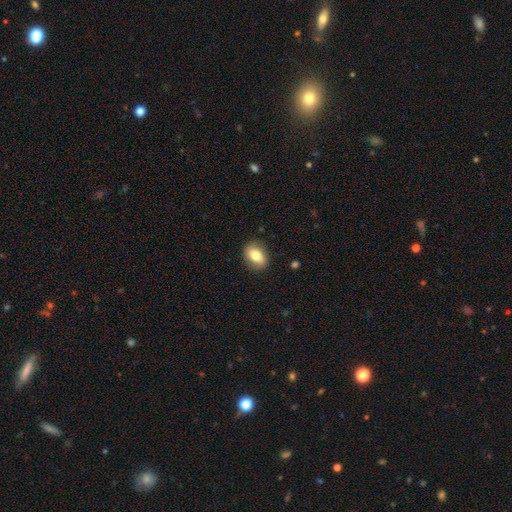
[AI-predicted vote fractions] Smooth or featured? Predicted: smooth (p=0.75). How rounded? Predicted: in between (p=0.73). Merging? Predicted: none (p=0.86).